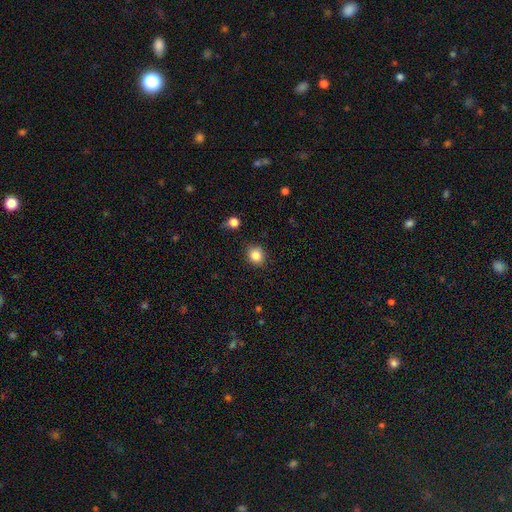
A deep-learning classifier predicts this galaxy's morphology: Overall: smooth (84%). How rounded: round (77%). Merging: none (87%).